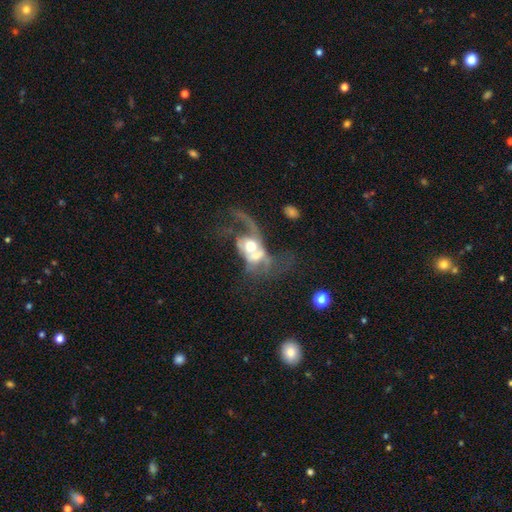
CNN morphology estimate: A featured or disk galaxy (65%) with no bar (72%), spiral arms (56%) and a moderate central bulge (52%).

Vote fractions:
- Smooth or featured? featured or disk: 65% / smooth: 26% / star or artifact: 9%
- Edge-on disk? no: 95% / yes: 5%
- Bar? no: 72% / weak: 21% / strong: 7%
- Spiral arms? yes: 56% / no: 44%
- Bulge size? moderate: 52% / large: 30% / small: 9% / dominant: 5% / none: 3%
- Merging? merger: 49% / major disturbance: 34% / none: 10% / minor disturbance: 6%